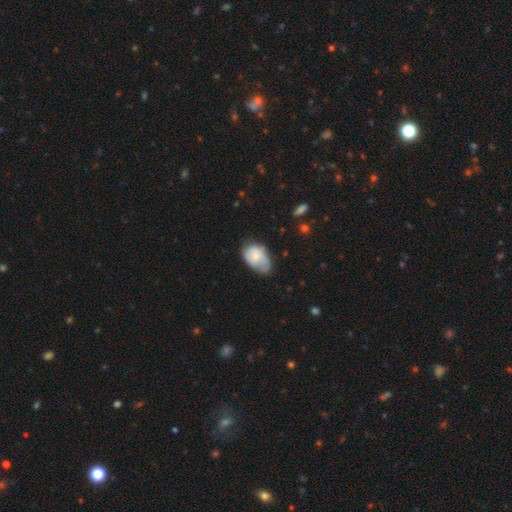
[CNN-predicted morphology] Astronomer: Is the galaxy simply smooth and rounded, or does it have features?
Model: smooth — 65%.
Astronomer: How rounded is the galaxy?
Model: in between — 89%.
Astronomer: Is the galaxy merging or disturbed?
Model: minor disturbance — 41%, tied with none at 41%.